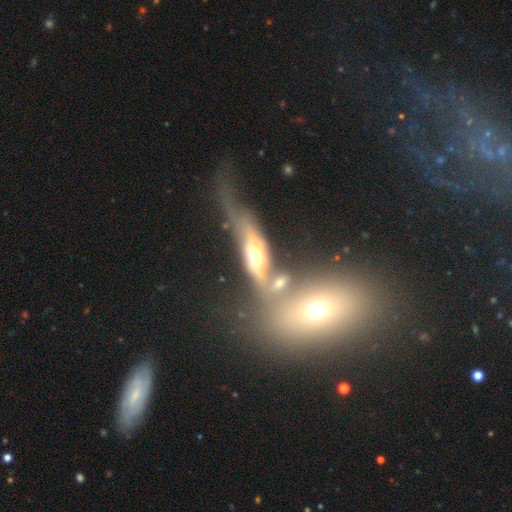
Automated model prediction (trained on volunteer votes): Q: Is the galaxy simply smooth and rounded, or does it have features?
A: featured or disk — 58%.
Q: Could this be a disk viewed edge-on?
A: no — 53%.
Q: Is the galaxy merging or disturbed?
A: merger — 54%.